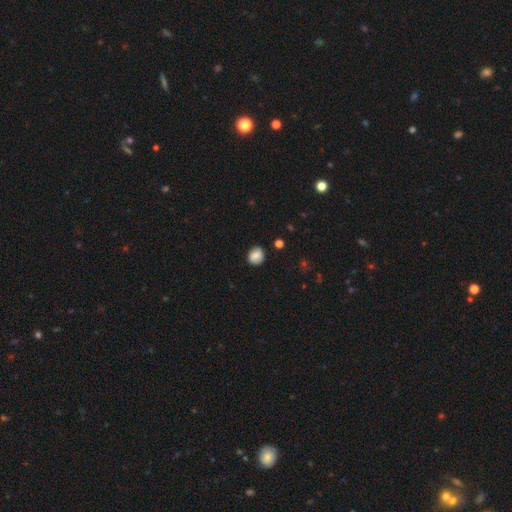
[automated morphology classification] Overall: smooth (82%). How rounded: round (73%). Merging: none (83%).